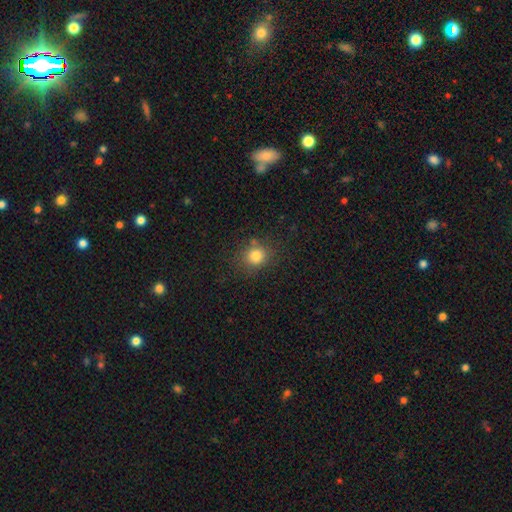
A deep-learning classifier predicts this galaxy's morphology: Smooth or featured? smooth (81%)
How rounded? round (81%)
Merging? none (79%)